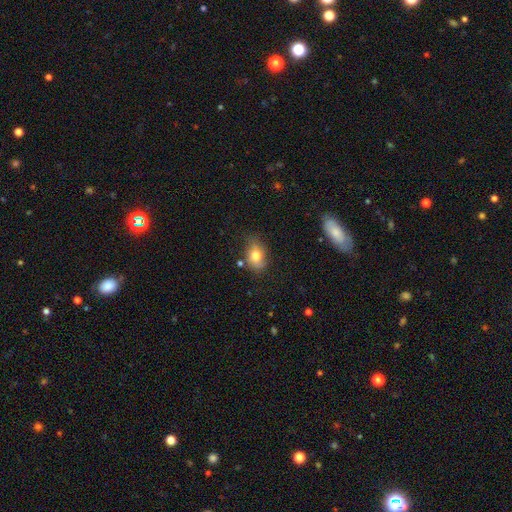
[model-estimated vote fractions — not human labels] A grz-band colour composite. It shows a smooth galaxy with no disk features (75%) that is in between round and cigar-shaped (75%). Merging: none (65%).